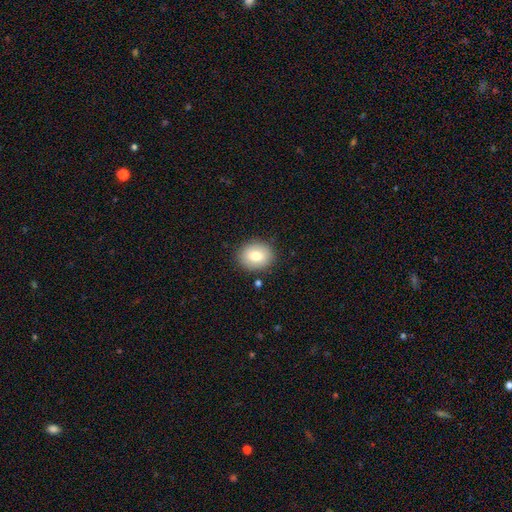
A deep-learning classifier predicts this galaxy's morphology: This appears to be a smooth galaxy with no disk features (80%) that is round (59%). Merging: none (87%).